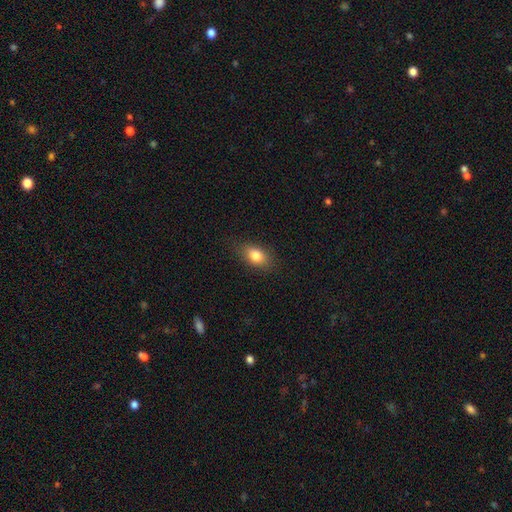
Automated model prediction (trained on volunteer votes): This is clearly a smooth galaxy (82%). How rounded: likely in between (79%). Merging: clearly none (83%).